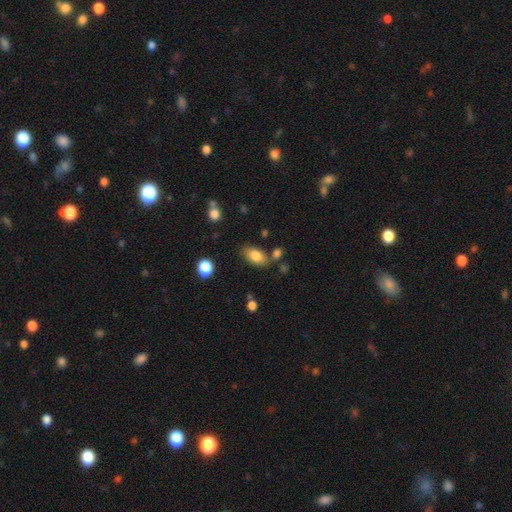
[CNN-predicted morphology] type=smooth (82%); roundness=in between (91%); merging=none (74%).